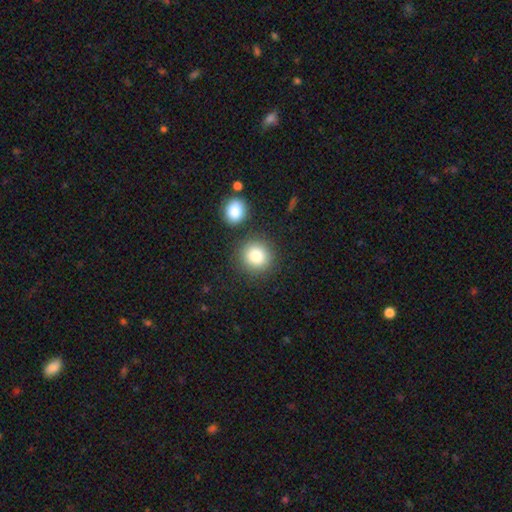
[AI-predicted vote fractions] A smooth galaxy with no disk features (83%) that is round (89%). Merging: none (79%).